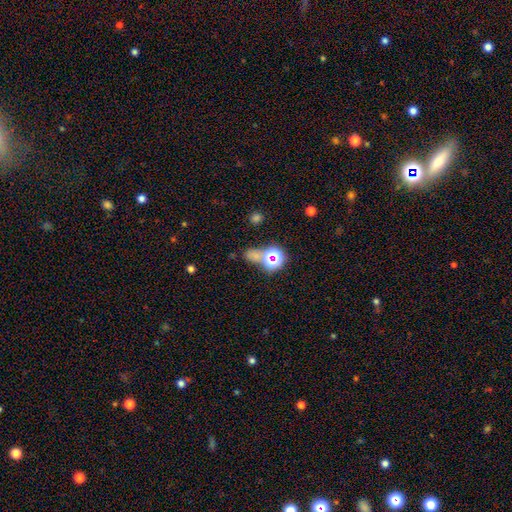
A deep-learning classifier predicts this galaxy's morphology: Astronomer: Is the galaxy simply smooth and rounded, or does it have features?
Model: star or artifact — 48% (runner-up: smooth, 43%).